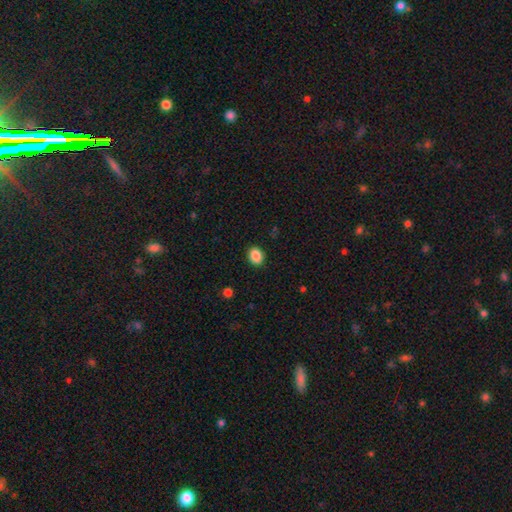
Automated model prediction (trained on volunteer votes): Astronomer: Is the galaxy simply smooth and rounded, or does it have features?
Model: smooth — 88%.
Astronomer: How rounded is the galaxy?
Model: round — 52% (runner-up: in between, 47%).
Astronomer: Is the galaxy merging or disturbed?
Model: none — 91%.